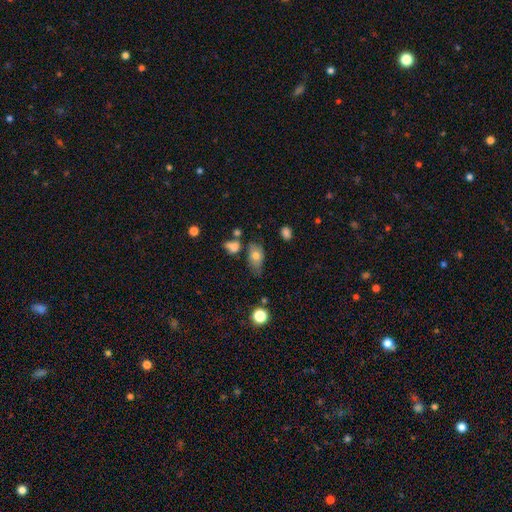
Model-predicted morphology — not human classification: smooth 73%, featured or disk 17%, star or artifact 10%. Down the decision tree: how rounded — in between (85%); merging — none (52%).